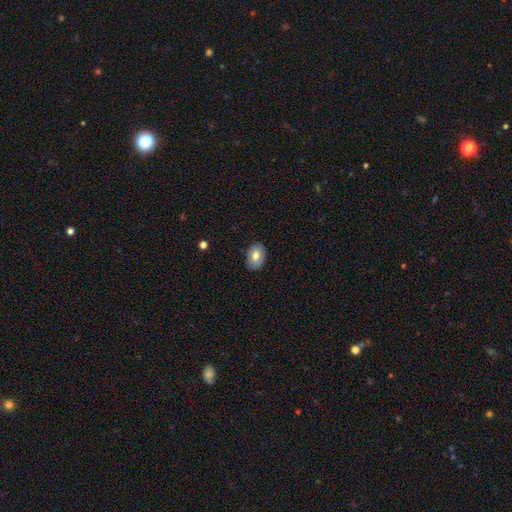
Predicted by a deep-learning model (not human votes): Q: Smooth or featured?
A: smooth (76%); runner-up: featured or disk (17%)
Q: How rounded?
A: in between (80%); runner-up: round (19%)
Q: Merging?
A: none (87%); runner-up: minor disturbance (10%)